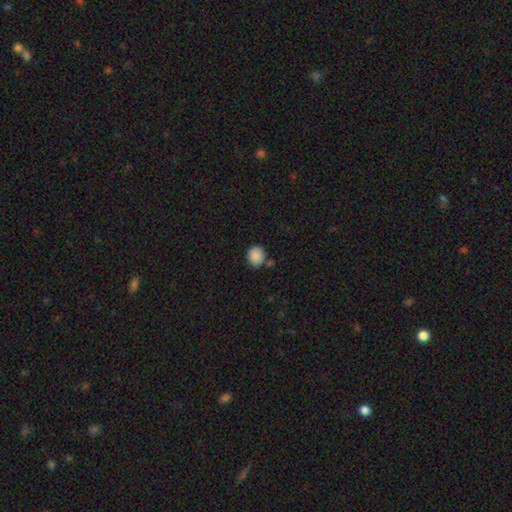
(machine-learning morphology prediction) This is clearly a smooth galaxy (87%). How rounded: likely round (76%). Merging: likely none (76%).